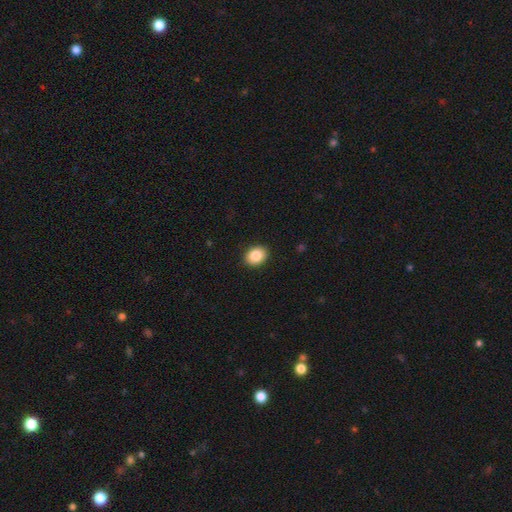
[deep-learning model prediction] Q: Smooth or featured?
A: smooth (87%); runner-up: star or artifact (8%)
Q: How rounded?
A: in between (57%); runner-up: round (42%)
Q: Merging?
A: none (90%); runner-up: minor disturbance (7%)